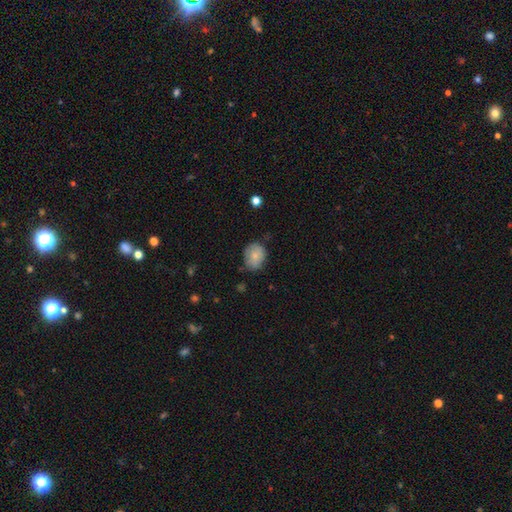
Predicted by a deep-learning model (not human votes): This appears to be a smooth galaxy with no disk features (77%) that is in between round and cigar-shaped (54%). Merging: none (61%).